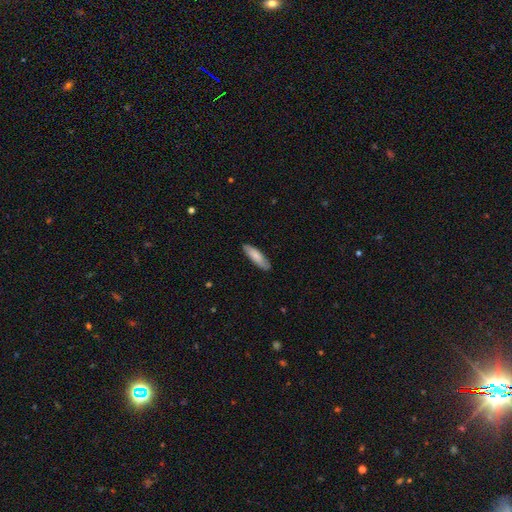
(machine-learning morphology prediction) This appears to be a smooth galaxy with no disk features (77%) that is cigar-shaped (55%). Merging: none (85%).